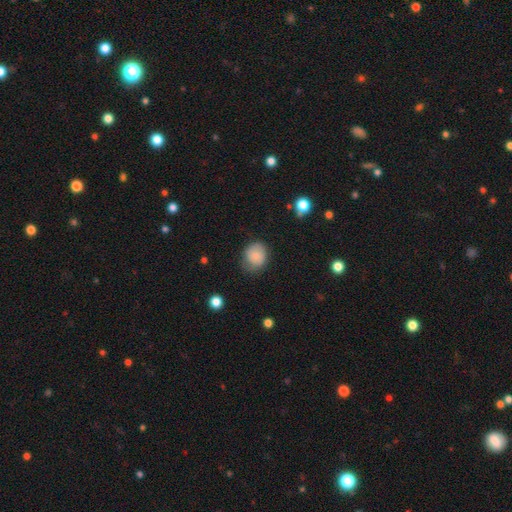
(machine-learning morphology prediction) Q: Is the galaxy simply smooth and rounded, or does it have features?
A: smooth — 82%.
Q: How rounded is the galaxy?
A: round — 69%.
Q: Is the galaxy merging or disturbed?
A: none — 64%.